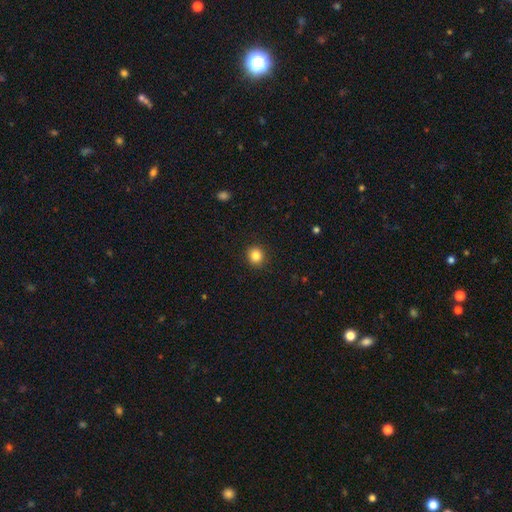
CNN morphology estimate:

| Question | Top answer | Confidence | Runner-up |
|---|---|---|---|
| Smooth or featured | smooth | 84% | star or artifact (11%) |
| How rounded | round | 87% | in between (12%) |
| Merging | none | 91% | minor disturbance (6%) |